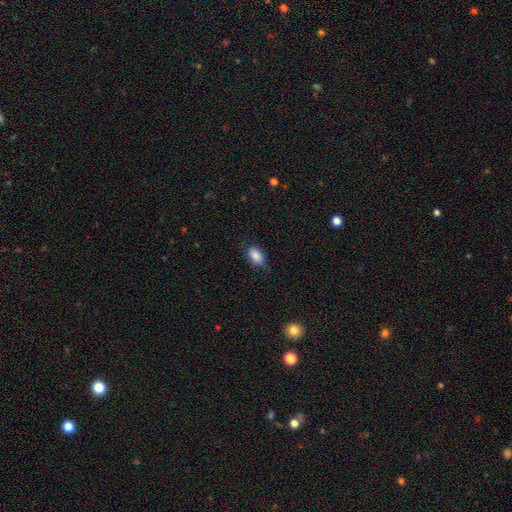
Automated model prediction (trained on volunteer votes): Smooth or featured? smooth (86%)
How rounded? in between (91%)
Merging? none (71%)